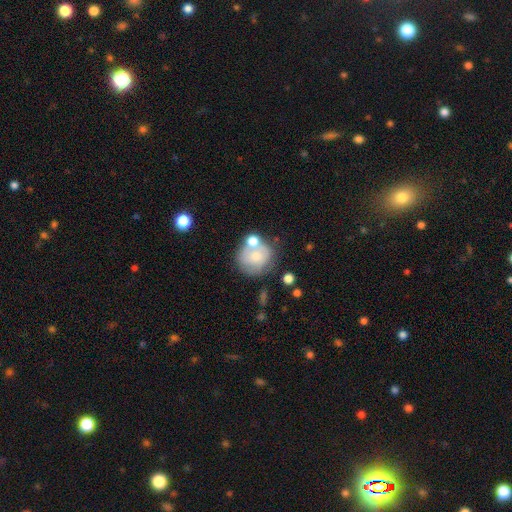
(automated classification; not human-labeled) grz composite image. It shows a smooth galaxy with no disk features (60%) that is round (84%). Merging: none (48%).